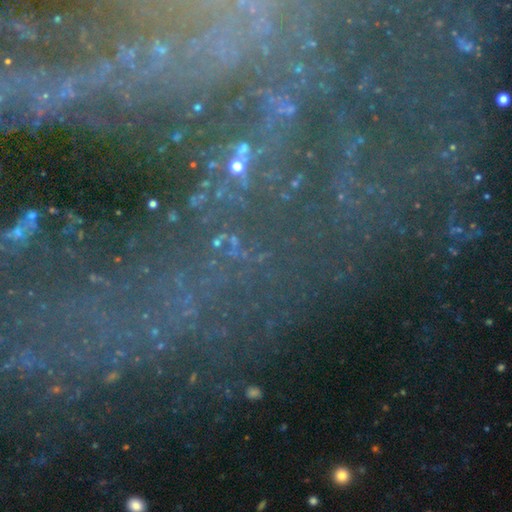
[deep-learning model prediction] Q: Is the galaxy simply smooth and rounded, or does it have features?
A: star or artifact — 53%.